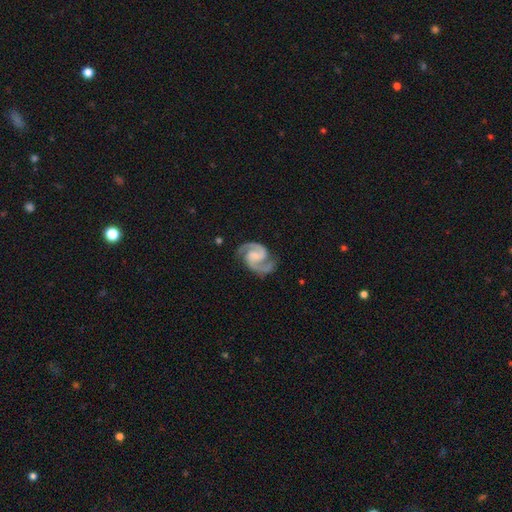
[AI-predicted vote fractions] Overall: featured or disk (94%). Edge-on disk: no (99%). Bar: weak (46%; no 37%). Spiral arms: yes (99%). Spiral arm count: 2 (95%). Spiral winding: medium (63%; tight 25%). Bulge size: none (40%; small 31%). Merging: none (80%).